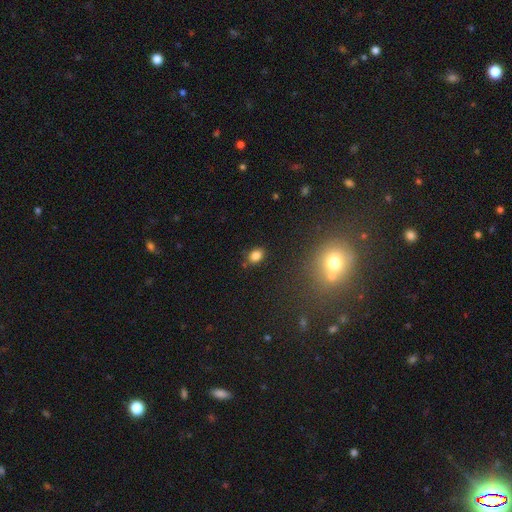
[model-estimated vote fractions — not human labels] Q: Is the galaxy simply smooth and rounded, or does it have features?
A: smooth — 82%.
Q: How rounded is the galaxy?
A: in between — 69%.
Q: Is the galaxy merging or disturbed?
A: none — 82%.